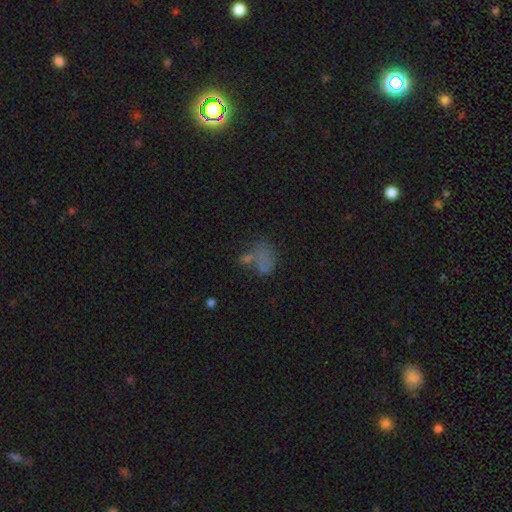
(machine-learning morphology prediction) This appears to be a smooth galaxy with no disk features (52%) that is in between round and cigar-shaped (68%). Merging: none (38%).